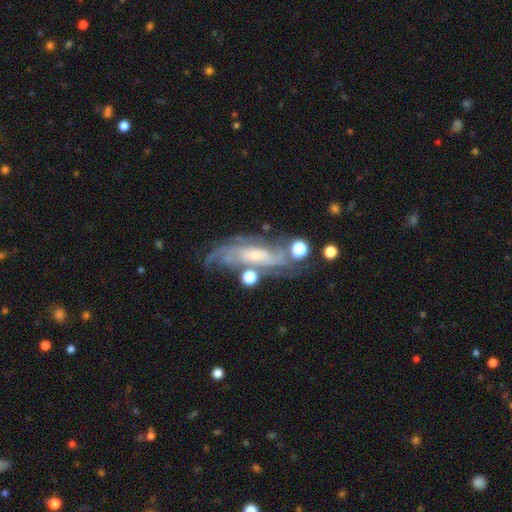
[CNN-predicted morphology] smooth-or-featured: featured or disk: 83% | smooth: 9% | star or artifact: 8%
  disk-edge-on: no: 89% | yes: 11%
    bar: no: 54% | weak: 34% | strong: 13%
    has-spiral-arms: yes: 96% | no: 4%
      spiral-winding: tight: 52% | medium: 37% | loose: 11%
      spiral-arm-count: can't tell: 29% | 3: 23% | 2: 23% | 4: 13% | more than 4: 6% | 1: 5%
    bulge-size: small: 54% | moderate: 31% | none: 9% | large: 5% | dominant: 1%
  merging: none: 63% | minor disturbance: 19% | major disturbance: 11% | merger: 8%